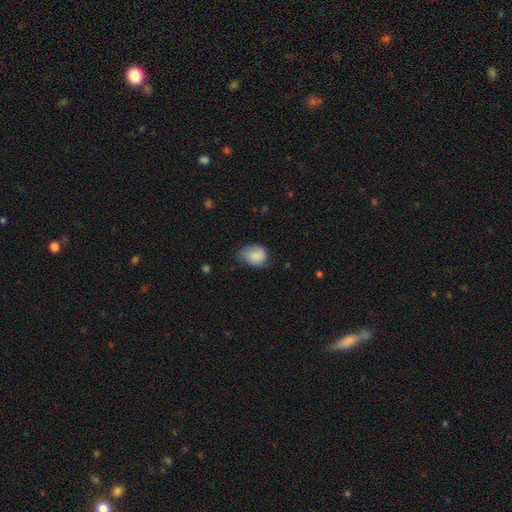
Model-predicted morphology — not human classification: Q: Smooth or featured?
A: smooth (82%); runner-up: featured or disk (11%)
Q: How rounded?
A: in between (61%); runner-up: round (38%)
Q: Merging?
A: none (45%); runner-up: minor disturbance (41%)